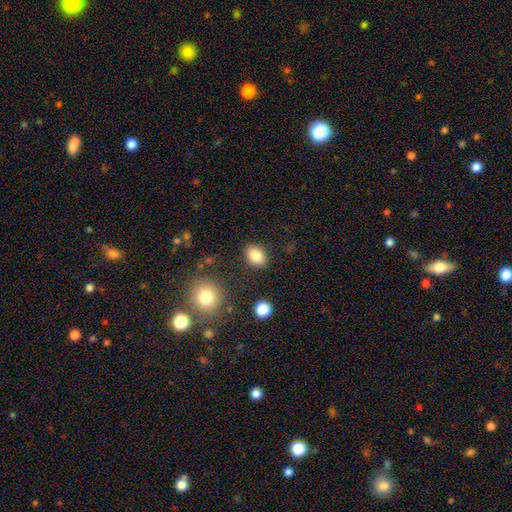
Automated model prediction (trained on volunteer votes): Smooth or featured: smooth — 84% (star or artifact — 9%)
How rounded: in between — 77% (round — 22%)
Merging: none — 85% (minor disturbance — 9%)